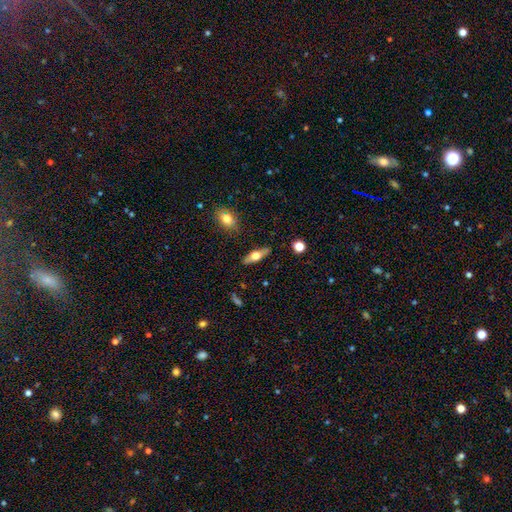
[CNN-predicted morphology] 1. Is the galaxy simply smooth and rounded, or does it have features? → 54% smooth, 40% featured or disk, 6% star or artifact.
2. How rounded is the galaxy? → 61% in between, 35% cigar-shaped, 4% round.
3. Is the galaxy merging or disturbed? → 84% none, 11% minor disturbance, 2% major disturbance, 2% merger.